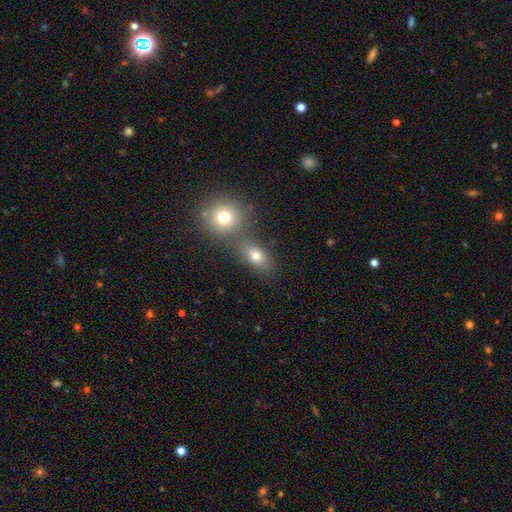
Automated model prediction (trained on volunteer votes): This is likely a smooth galaxy (75%). How rounded: likely in between (67%). Merging: possibly none (56%).